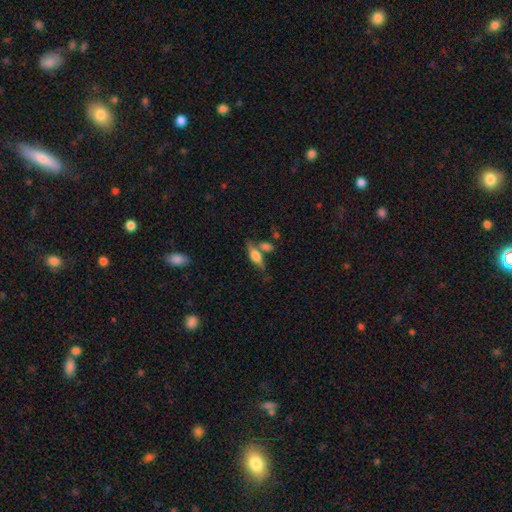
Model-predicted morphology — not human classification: This is possibly a smooth galaxy (46%, tied with featured or disk). Merging: possibly none (59%).